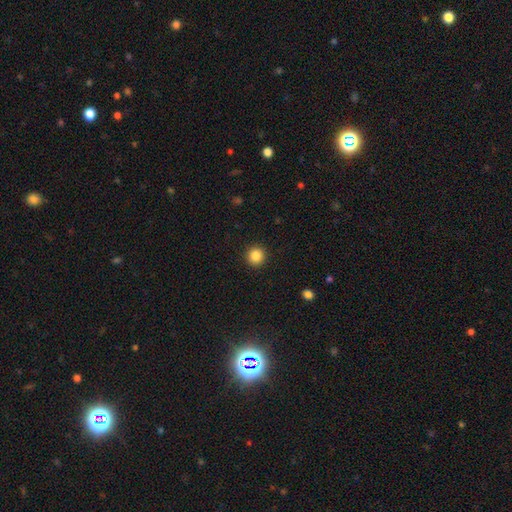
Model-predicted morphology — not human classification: This appears to be a smooth galaxy with no disk features (86%) that is round (94%). Merging: none (93%).